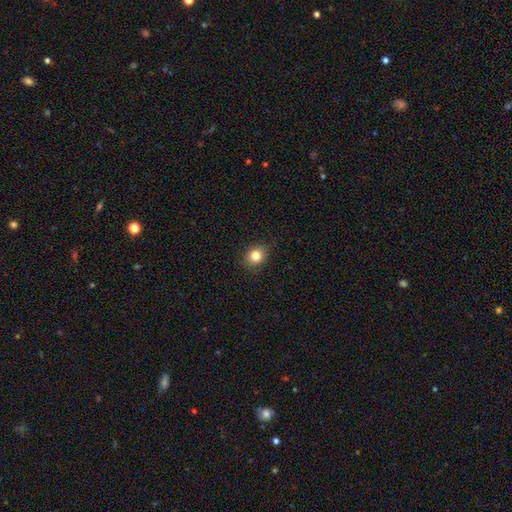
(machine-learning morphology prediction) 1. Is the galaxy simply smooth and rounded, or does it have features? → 82% smooth, 12% star or artifact, 7% featured or disk.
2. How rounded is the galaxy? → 69% round, 30% in between, 1% cigar-shaped.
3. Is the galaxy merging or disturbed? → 89% none, 8% minor disturbance, 2% major disturbance, 1% merger.